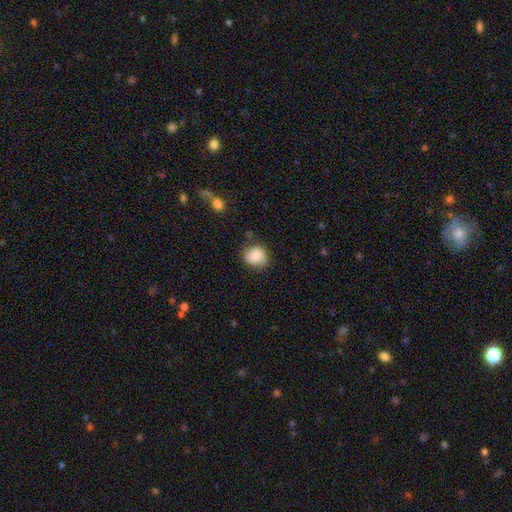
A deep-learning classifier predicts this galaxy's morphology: Smooth or featured? Predicted: smooth (p=0.66). How rounded? Predicted: round (p=0.72). Merging? Predicted: none (p=0.68).